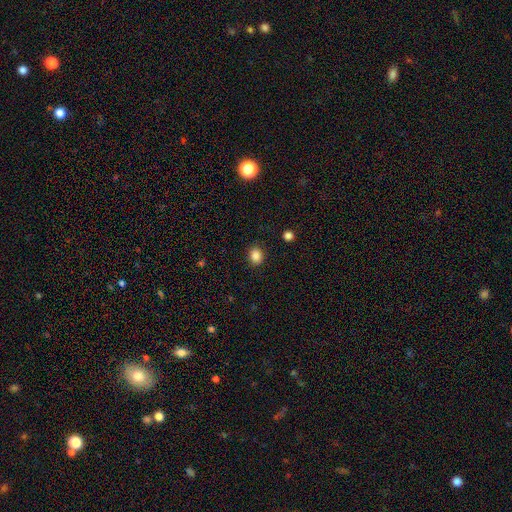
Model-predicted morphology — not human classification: This is clearly a smooth galaxy (87%). How rounded: possibly round (53%). Merging: clearly none (88%).